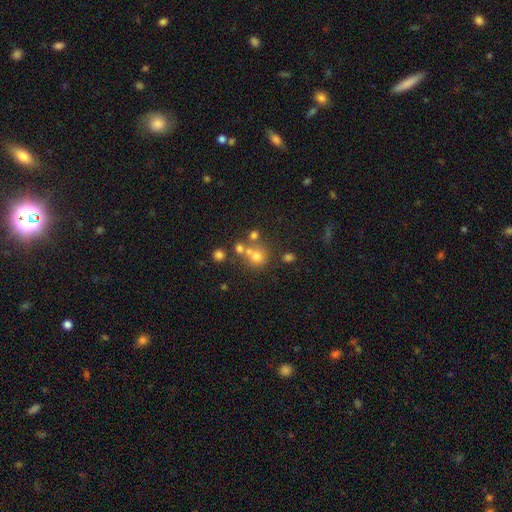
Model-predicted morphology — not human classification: smooth 59%, star or artifact 22%, featured or disk 19%. Down the decision tree: how rounded — round (85%); merging — none (52%).